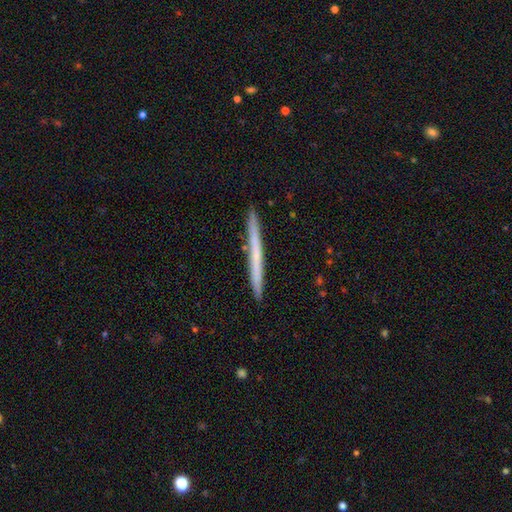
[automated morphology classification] type=smooth (49%); merging=none (91%).